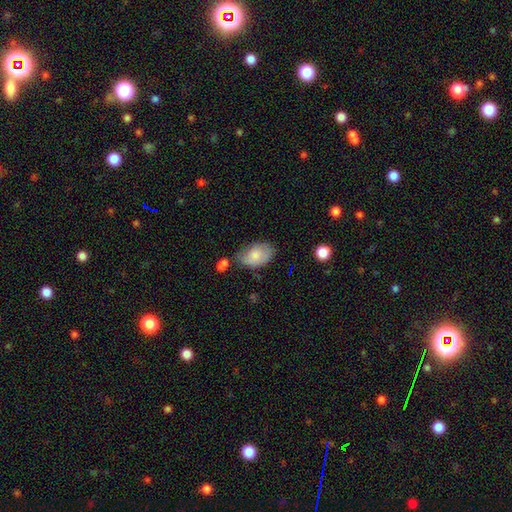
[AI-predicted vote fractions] A smooth galaxy with no disk features (78%) that is in between round and cigar-shaped (90%).

Vote fractions:
- Smooth or featured? smooth: 78% / featured or disk: 16% / star or artifact: 7%
- How rounded? in between: 90% / round: 9% / cigar-shaped: 1%
- Merging? none: 51% / minor disturbance: 32% / major disturbance: 10% / merger: 8%